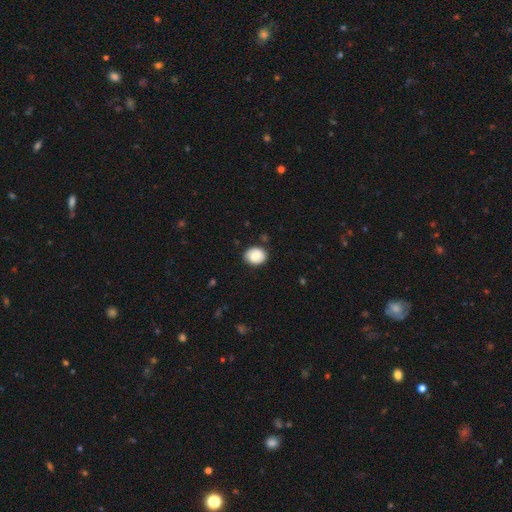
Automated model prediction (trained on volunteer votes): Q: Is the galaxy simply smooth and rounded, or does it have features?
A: smooth — 81%.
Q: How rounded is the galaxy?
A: round — 56%.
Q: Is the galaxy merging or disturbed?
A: none — 83%.